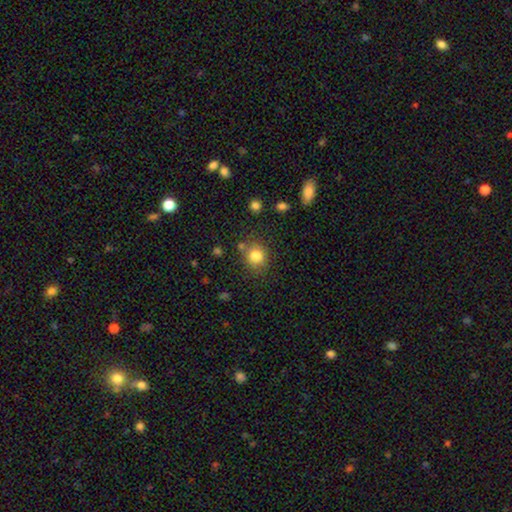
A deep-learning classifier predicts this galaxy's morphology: Smooth or featured? Predicted: smooth (p=0.83). How rounded? Predicted: round (p=0.83). Merging? Predicted: none (p=0.76).